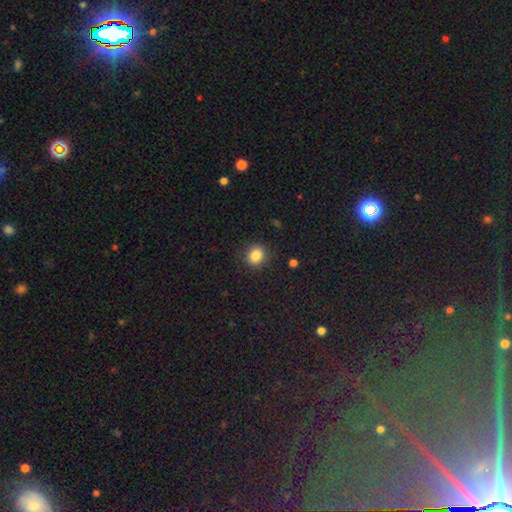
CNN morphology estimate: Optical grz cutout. It shows a smooth galaxy with no disk features (85%) that is round (74%). Merging: none (87%).